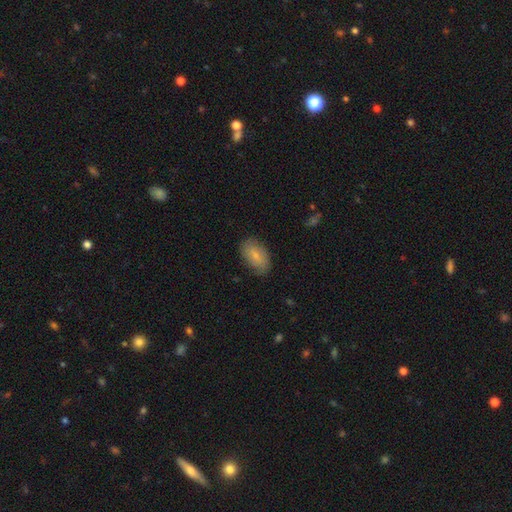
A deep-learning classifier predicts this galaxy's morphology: Smooth or featured? Predicted: smooth (p=0.74). How rounded? Predicted: in between (p=0.92). Merging? Predicted: none (p=0.77).